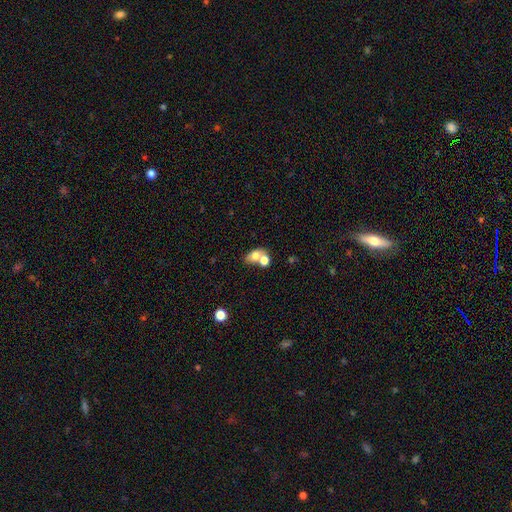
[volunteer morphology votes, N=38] smooth_or_featured: smooth (p=0.74) [alt: featured or disk p=0.24]
how_rounded: in between (p=0.86) [alt: round p=0.14]
merging: merger (p=0.51) [alt: none p=0.35]